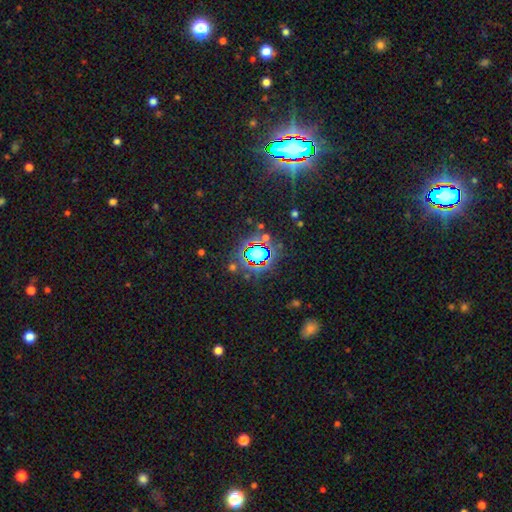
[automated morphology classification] type=star or artifact (69%).